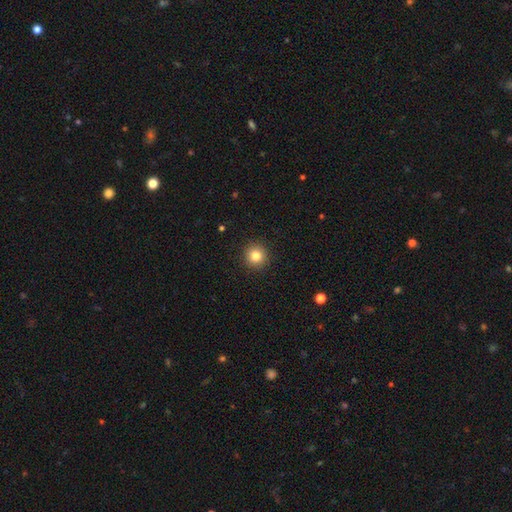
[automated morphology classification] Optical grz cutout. It shows a smooth galaxy with no disk features (83%) that is round (95%). Merging: none (92%).